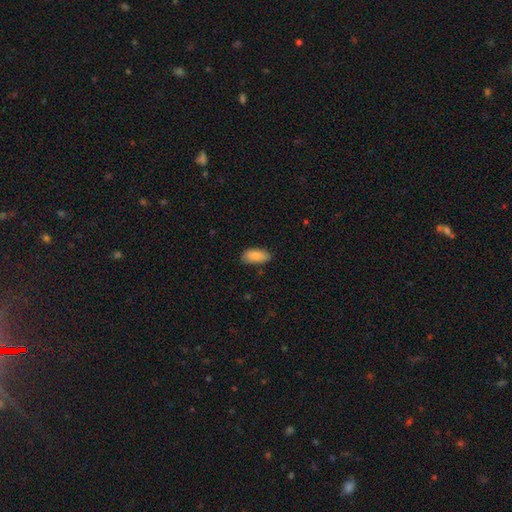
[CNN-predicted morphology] This appears to be a smooth galaxy with no disk features (85%) that is in between round and cigar-shaped (90%). Merging: none (78%).